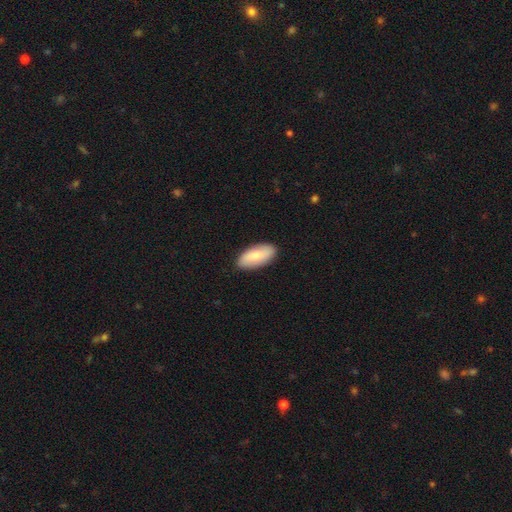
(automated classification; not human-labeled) smooth-or-featured: smooth: 73% | featured or disk: 22% | star or artifact: 5%
  how-rounded: in between: 90% | cigar-shaped: 8% | round: 2%
  merging: none: 88% | minor disturbance: 9% | major disturbance: 2% | merger: 1%